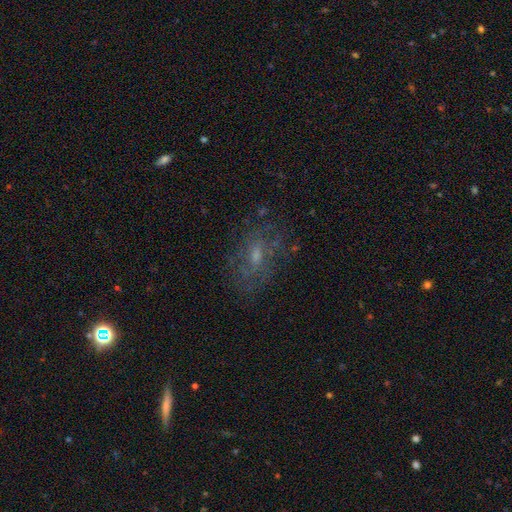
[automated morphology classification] smooth-or-featured: featured or disk: 56% | smooth: 29% | star or artifact: 15%
  disk-edge-on: no: 94% | yes: 6%
    bar: no: 56% | weak: 37% | strong: 6%
    has-spiral-arms: yes: 61% | no: 39%
    bulge-size: small: 44% | moderate: 43% | none: 8% | large: 4% | dominant: 1%
  merging: none: 68% | minor disturbance: 18% | major disturbance: 12% | merger: 2%